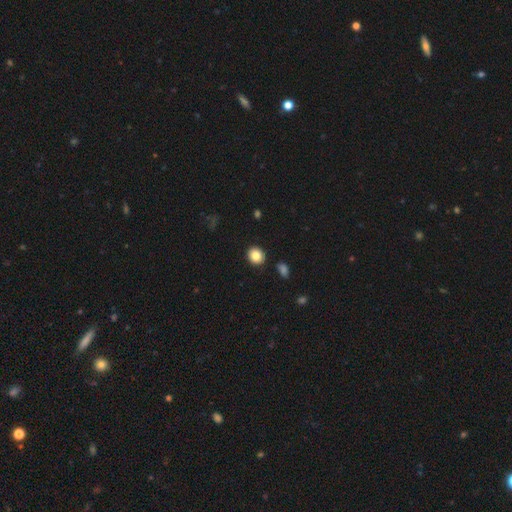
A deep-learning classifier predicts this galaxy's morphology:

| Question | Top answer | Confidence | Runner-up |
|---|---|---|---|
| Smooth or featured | smooth | 85% | star or artifact (9%) |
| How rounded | round | 76% | in between (23%) |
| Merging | none | 89% | minor disturbance (7%) |